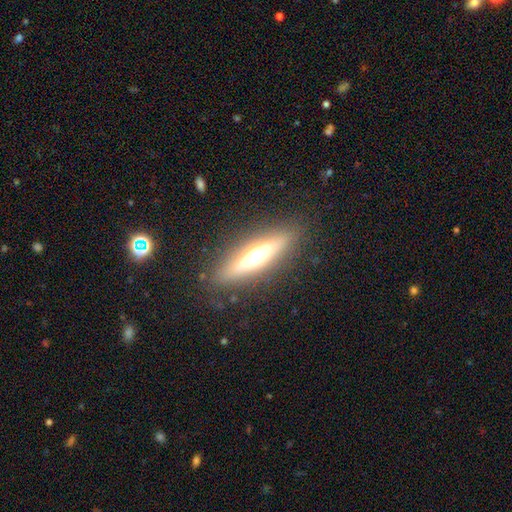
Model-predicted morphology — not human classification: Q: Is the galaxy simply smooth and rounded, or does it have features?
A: featured or disk — 57%.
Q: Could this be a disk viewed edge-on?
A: yes — 88%.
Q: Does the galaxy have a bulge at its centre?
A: rounded — 88%.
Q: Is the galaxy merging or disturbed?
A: none — 86%.